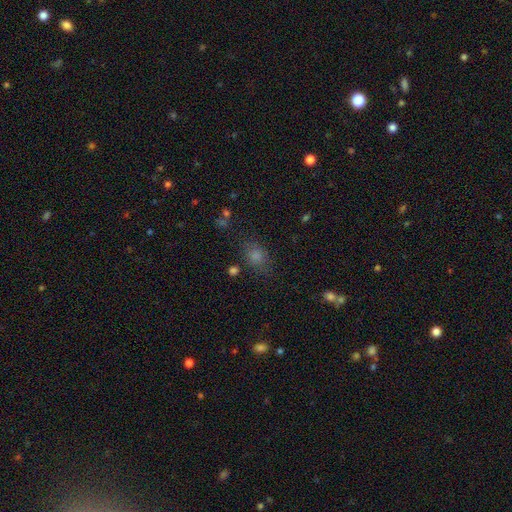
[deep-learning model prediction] A smooth galaxy with no disk features (66%) that is in between round and cigar-shaped (55%).

Vote fractions:
- Smooth or featured? smooth: 66% / star or artifact: 26% / featured or disk: 9%
- How rounded? in between: 55% / round: 42% / cigar-shaped: 3%
- Merging? none: 78% / minor disturbance: 13% / major disturbance: 6% / merger: 3%